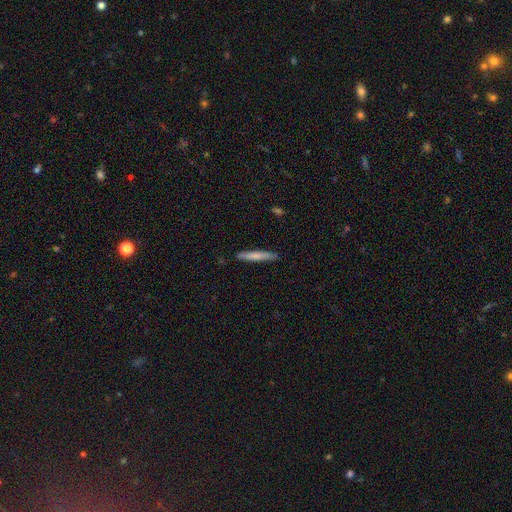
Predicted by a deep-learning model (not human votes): smooth 72%, featured or disk 23%, star or artifact 6%. Down the decision tree: how rounded — cigar-shaped (95%); merging — none (89%).